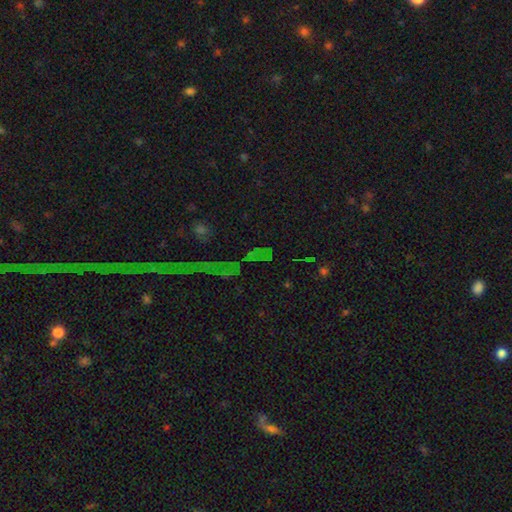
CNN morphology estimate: This appears to be a star or artifact, not a galaxy (71%).